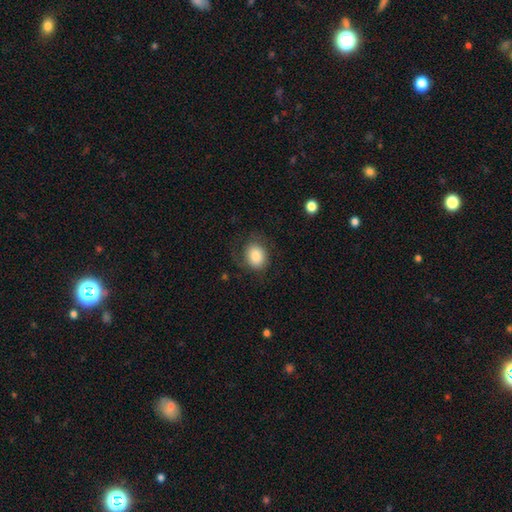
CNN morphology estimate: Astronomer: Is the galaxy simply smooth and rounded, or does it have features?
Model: smooth — 83%.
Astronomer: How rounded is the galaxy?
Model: in between — 53% (runner-up: round, 46%).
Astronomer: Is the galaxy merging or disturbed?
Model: none — 65%.